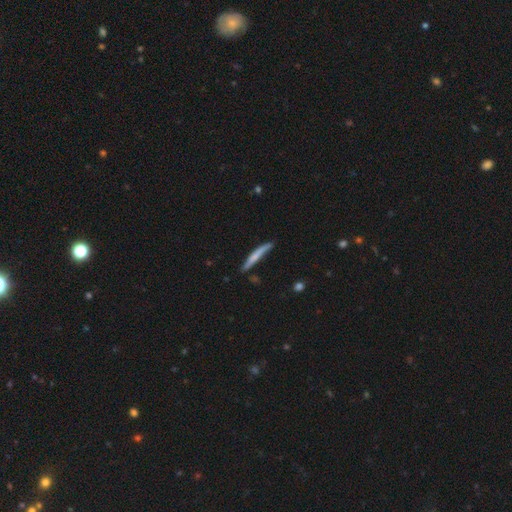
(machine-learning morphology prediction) Smooth or featured: smooth — 60% (featured or disk — 35%)
How rounded: cigar-shaped — 95% (in between — 3%)
Merging: none — 74% (minor disturbance — 19%)